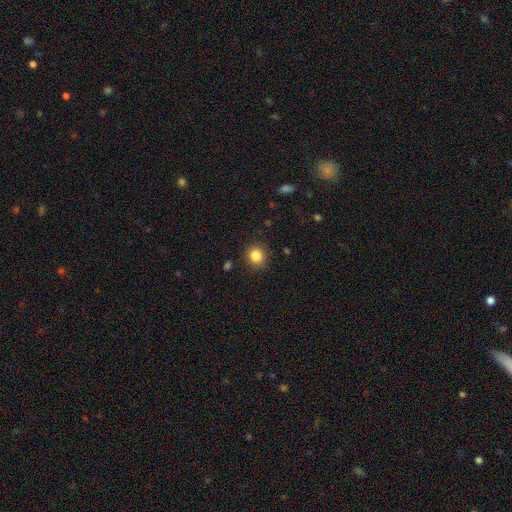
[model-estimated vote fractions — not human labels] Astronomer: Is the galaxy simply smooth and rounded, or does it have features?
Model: smooth — 85%.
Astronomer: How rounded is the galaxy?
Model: round — 86%.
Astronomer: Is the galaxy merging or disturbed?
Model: none — 88%.